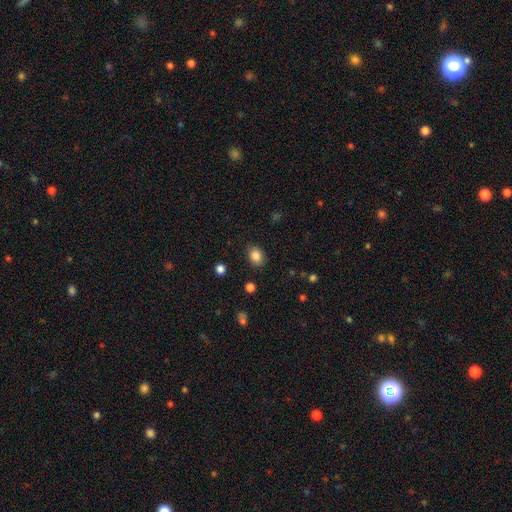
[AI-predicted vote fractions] smooth_or_featured: smooth (p=0.85) [alt: star or artifact p=0.10]
how_rounded: in between (p=0.58) [alt: round p=0.41]
merging: none (p=0.85) [alt: minor disturbance p=0.11]